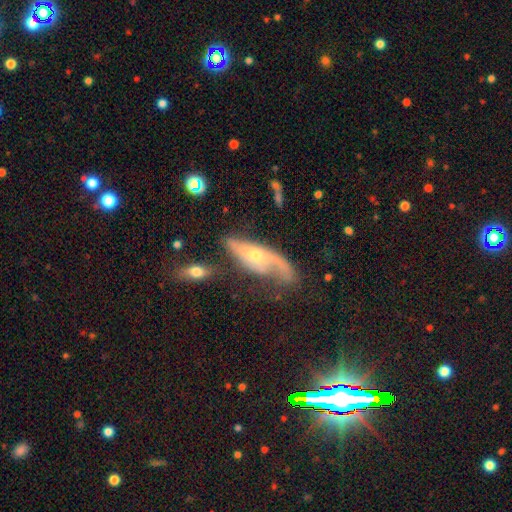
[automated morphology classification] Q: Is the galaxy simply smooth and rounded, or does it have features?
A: featured or disk — 67%.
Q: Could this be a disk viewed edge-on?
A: no — 79%.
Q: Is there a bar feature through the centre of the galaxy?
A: no — 63%.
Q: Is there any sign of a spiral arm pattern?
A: yes — 79%.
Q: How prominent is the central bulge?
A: moderate — 48%.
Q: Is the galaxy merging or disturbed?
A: none — 36%.